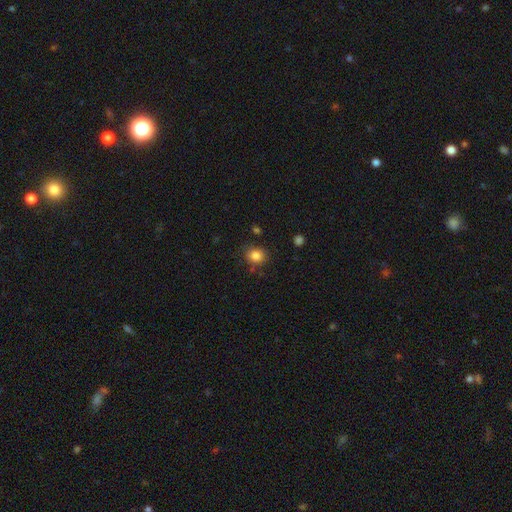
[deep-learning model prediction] A smooth galaxy with no disk features (84%) that is round (69%).

Vote fractions:
- Smooth or featured? smooth: 84% / star or artifact: 11% / featured or disk: 5%
- How rounded? round: 69% / in between: 30% / cigar-shaped: 1%
- Merging? none: 80% / minor disturbance: 13% / major disturbance: 4% / merger: 4%